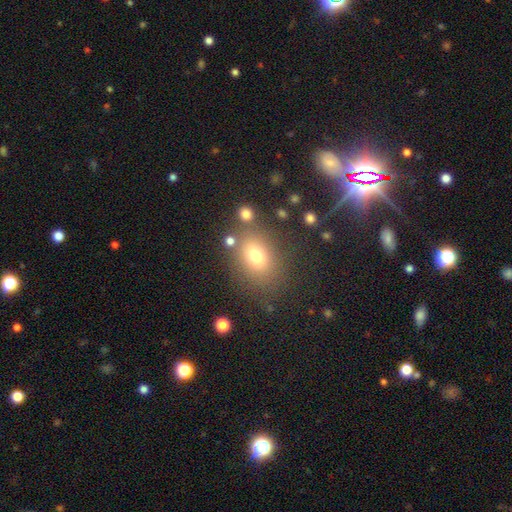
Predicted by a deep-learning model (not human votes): smooth 73%, star or artifact 15%, featured or disk 12%. Down the decision tree: how rounded — in between (63%); merging — none (74%).